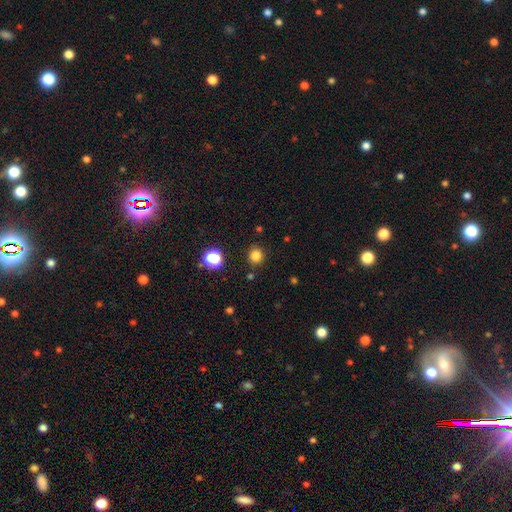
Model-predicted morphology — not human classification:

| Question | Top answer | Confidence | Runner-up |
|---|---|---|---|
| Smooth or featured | smooth | 81% | star or artifact (15%) |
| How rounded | round | 89% | in between (10%) |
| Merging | none | 88% | minor disturbance (7%) |